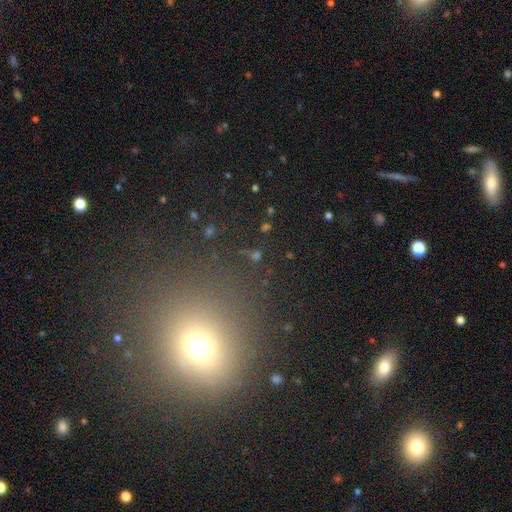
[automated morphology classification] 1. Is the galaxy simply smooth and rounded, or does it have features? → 49% star or artifact, 37% smooth, 14% featured or disk.